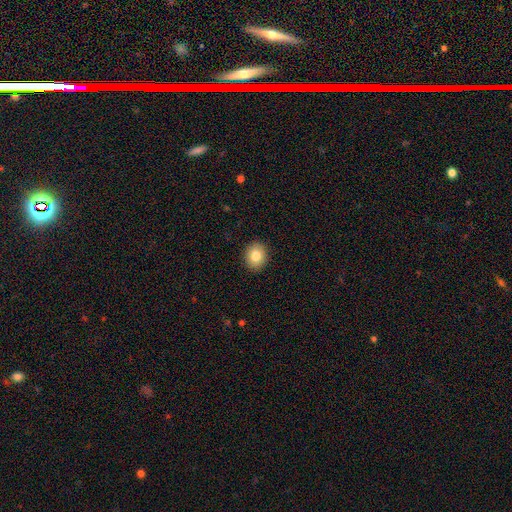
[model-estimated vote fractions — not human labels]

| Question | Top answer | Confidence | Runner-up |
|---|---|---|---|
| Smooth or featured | smooth | 82% | star or artifact (9%) |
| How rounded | round | 59% | in between (40%) |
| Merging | none | 91% | minor disturbance (6%) |